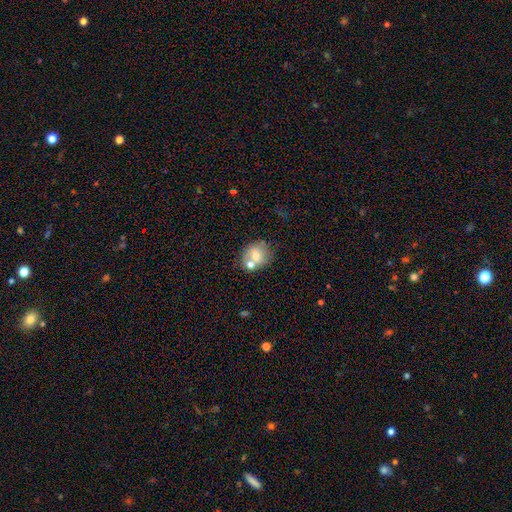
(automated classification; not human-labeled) Smooth or featured? smooth (61%)
How rounded? round (65%)
Merging? none (51%)